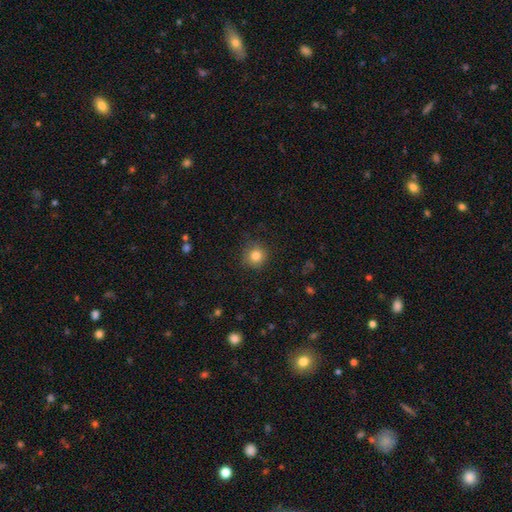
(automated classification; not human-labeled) Smooth or featured? Predicted: smooth (p=0.83). How rounded? Predicted: round (p=0.93). Merging? Predicted: none (p=0.86).